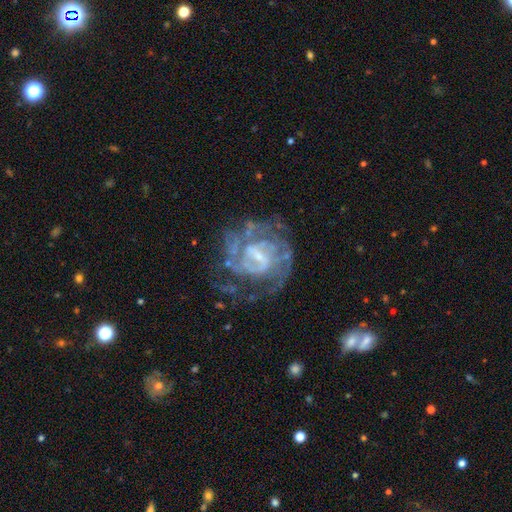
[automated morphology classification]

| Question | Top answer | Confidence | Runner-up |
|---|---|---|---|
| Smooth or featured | featured or disk | 86% | star or artifact (8%) |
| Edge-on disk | no | 98% | yes (2%) |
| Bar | weak | 53% | strong (25%) |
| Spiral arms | yes | 93% | no (7%) |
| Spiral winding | tight | 58% | medium (34%) |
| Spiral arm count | can't tell | 32% | 2 (27%) |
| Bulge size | small | 63% | moderate (23%) |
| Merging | none | 66% | minor disturbance (17%) |